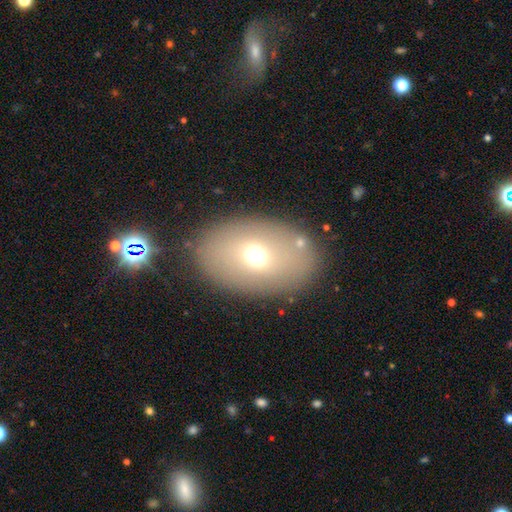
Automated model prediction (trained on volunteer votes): Overall: smooth (63%; featured or disk 25%). How rounded: in between (79%). Merging: none (83%).